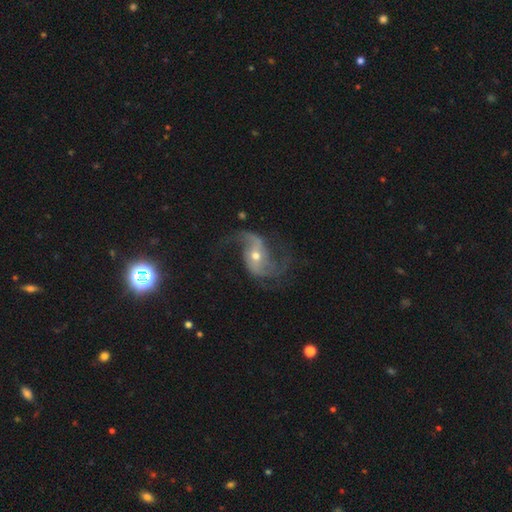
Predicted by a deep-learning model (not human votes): A featured or disk galaxy (89%) with no bar (39%), 2 (89%) loose (68%) spiral arms (97%) and a moderate central bulge (55%). Merging: none (65%).